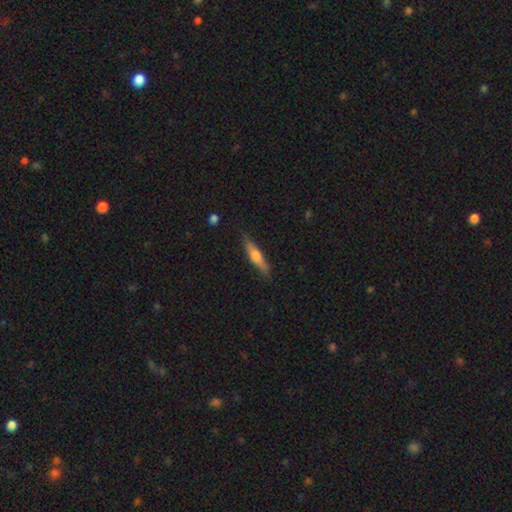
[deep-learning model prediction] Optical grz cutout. It shows a smooth galaxy with no disk features (54%) that is cigar-shaped (83%). Merging: none (83%).